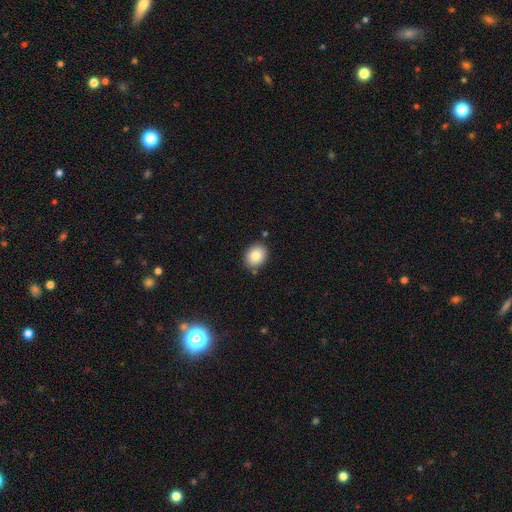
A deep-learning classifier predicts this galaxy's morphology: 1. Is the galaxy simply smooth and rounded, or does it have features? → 85% smooth, 8% star or artifact, 7% featured or disk.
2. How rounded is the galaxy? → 54% in between, 45% round, 1% cigar-shaped.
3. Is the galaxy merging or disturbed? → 84% none, 10% minor disturbance, 3% merger, 2% major disturbance.